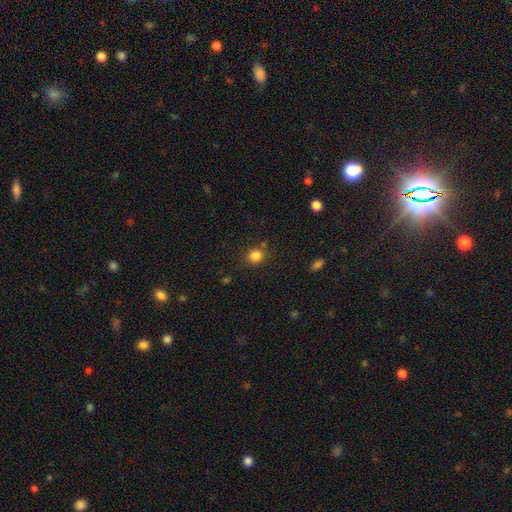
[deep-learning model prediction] Smooth or featured? Predicted: smooth (p=0.83). How rounded? Predicted: round (p=0.87). Merging? Predicted: none (p=0.82).